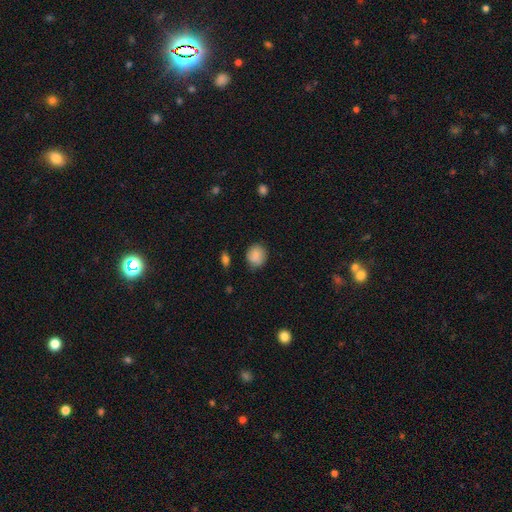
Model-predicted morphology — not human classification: smooth 84%, star or artifact 8%, featured or disk 8%. Down the decision tree: how rounded — round (74%); merging — none (76%).